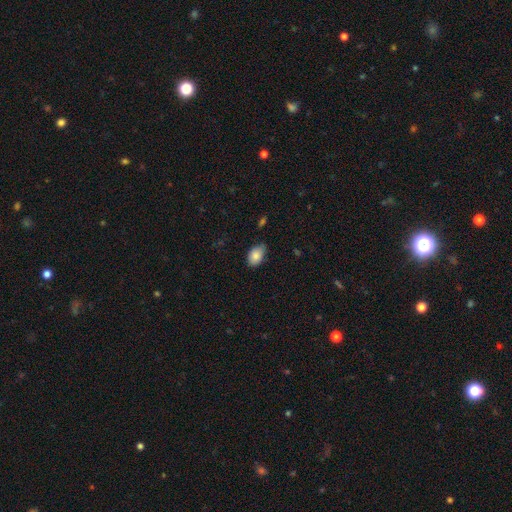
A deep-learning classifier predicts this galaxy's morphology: A smooth galaxy with no disk features (86%) that is in between round and cigar-shaped (87%).

Vote fractions:
- Smooth or featured? smooth: 86% / star or artifact: 7% / featured or disk: 7%
- How rounded? in between: 87% / round: 12% / cigar-shaped: 1%
- Merging? none: 70% / minor disturbance: 25% / major disturbance: 3% / merger: 2%